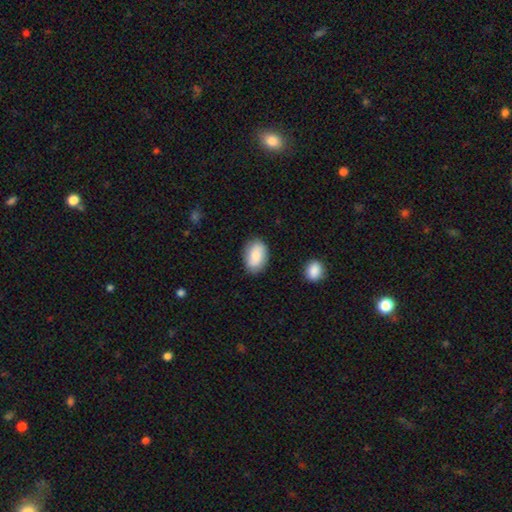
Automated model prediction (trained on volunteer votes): smooth_or_featured: smooth (p=0.77) [alt: featured or disk p=0.16]
how_rounded: in between (p=0.86) [alt: round p=0.12]
merging: none (p=0.83) [alt: minor disturbance p=0.12]